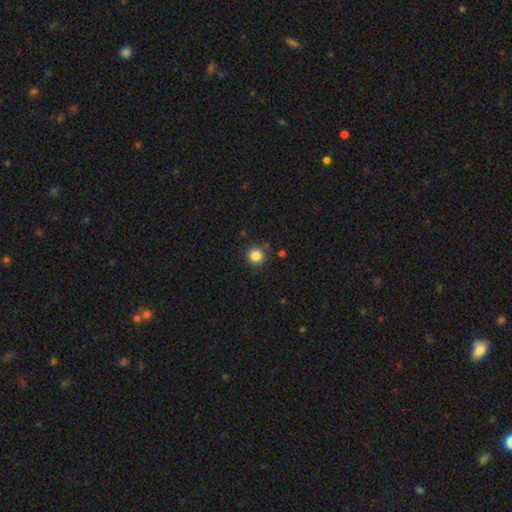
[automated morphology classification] smooth 84%, star or artifact 11%, featured or disk 5%. Down the decision tree: how rounded — round (93%); merging — none (86%).